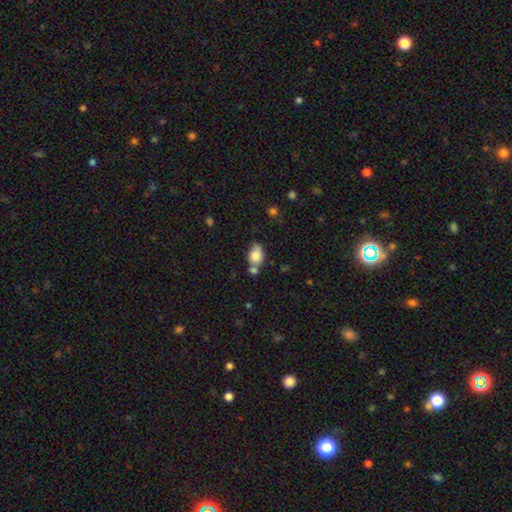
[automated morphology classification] smooth 78%, featured or disk 13%, star or artifact 9%. Down the decision tree: how rounded — in between (80%); merging — none (41%).